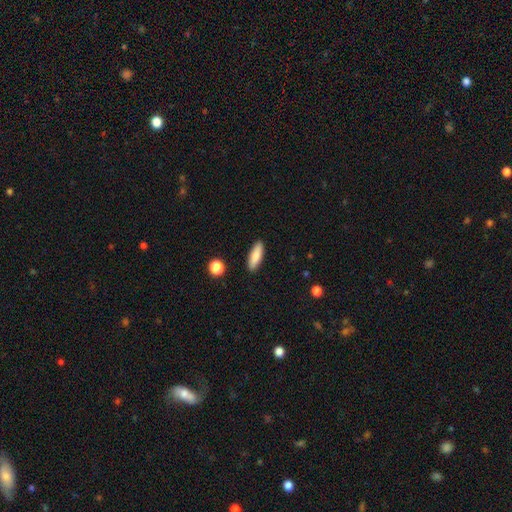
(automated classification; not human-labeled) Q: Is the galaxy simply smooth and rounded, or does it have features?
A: smooth — 83%.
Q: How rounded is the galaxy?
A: in between — 56%.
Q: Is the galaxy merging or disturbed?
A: none — 90%.